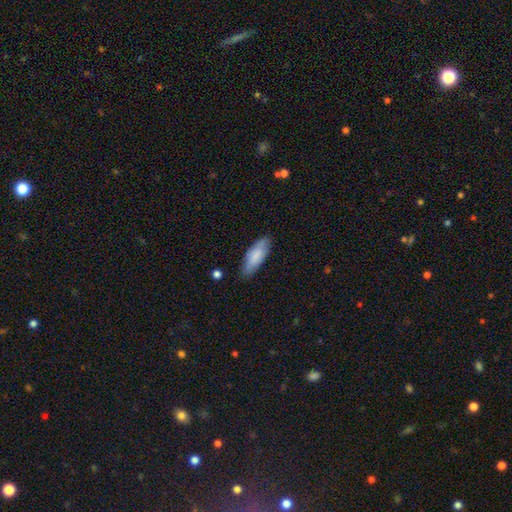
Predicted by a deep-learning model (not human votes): smooth 81%, featured or disk 13%, star or artifact 6%. Down the decision tree: how rounded — in between (69%); merging — none (81%).